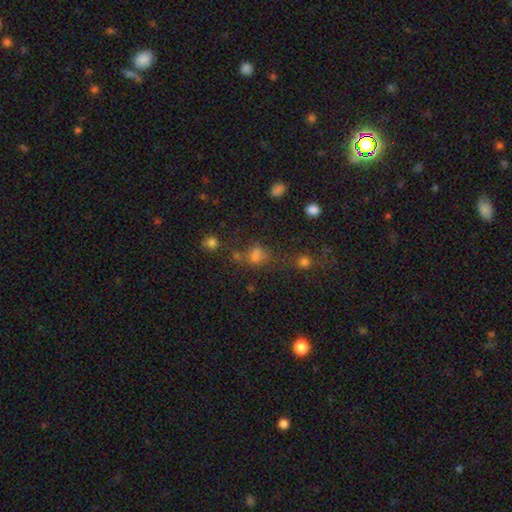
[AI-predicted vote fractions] Smooth or featured?
  - smooth: 64% *
  - star or artifact: 26%
  - featured or disk: 10%
How rounded?
  - round: 62% *
  - in between: 36%
  - cigar-shaped: 2%
Merging?
  - none: 50% *
  - merger: 22%
  - minor disturbance: 16%
  - major disturbance: 12%